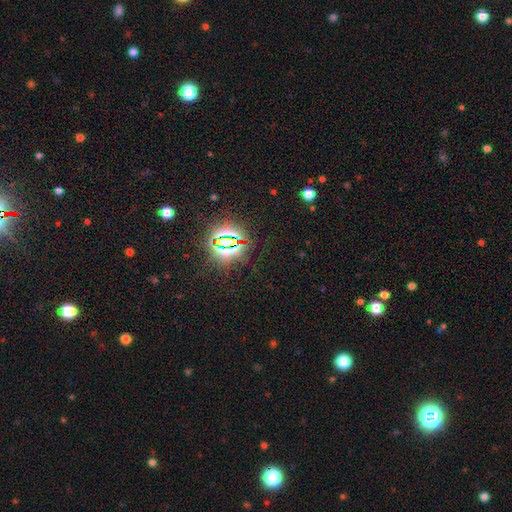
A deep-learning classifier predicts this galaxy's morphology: Smooth or featured: star or artifact — 83% (smooth — 11%)